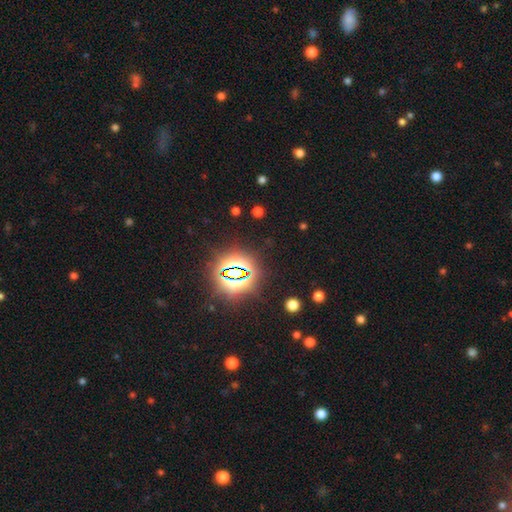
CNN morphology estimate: A star or artifact, not a galaxy (80%).

Vote fractions:
- Smooth or featured? star or artifact: 80% / smooth: 13% / featured or disk: 8%